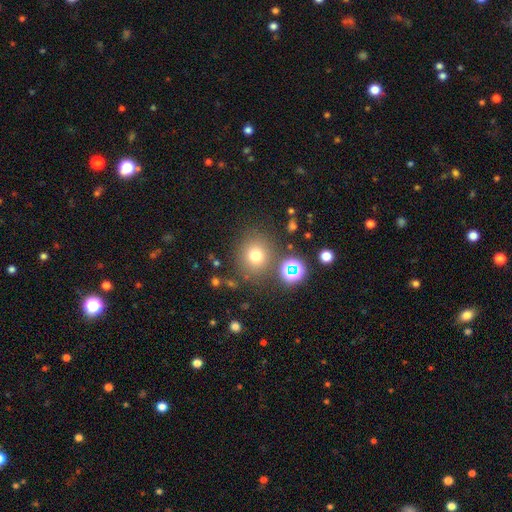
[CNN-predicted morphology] This appears to be a smooth galaxy with no disk features (73%) that is round (86%). Merging: none (80%).